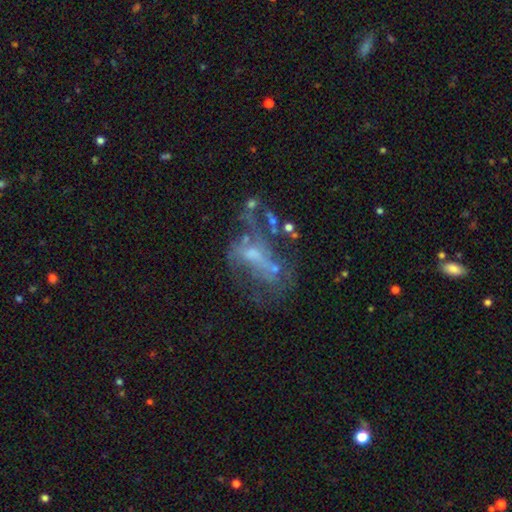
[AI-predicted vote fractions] smooth-or-featured: featured or disk: 65% | star or artifact: 18% | smooth: 18%
  disk-edge-on: no: 94% | yes: 6%
    bar: no: 60% | weak: 29% | strong: 11%
    has-spiral-arms: no: 67% | yes: 33%
    bulge-size: small: 41% | none: 29% | moderate: 26% | large: 3% | dominant: 1%
  merging: major disturbance: 39% | none: 32% | minor disturbance: 15% | merger: 14%